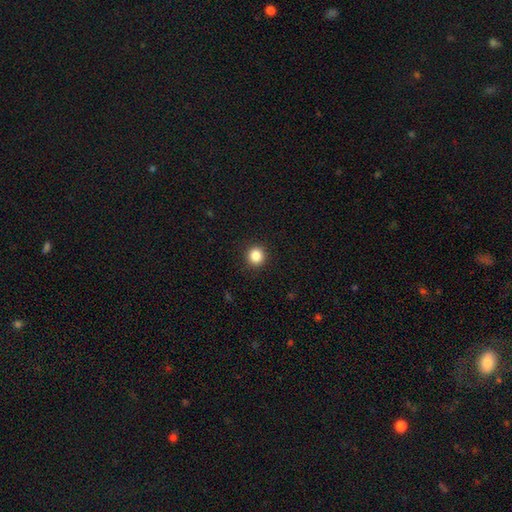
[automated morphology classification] Smooth or featured? smooth (85%)
How rounded? round (93%)
Merging? none (93%)